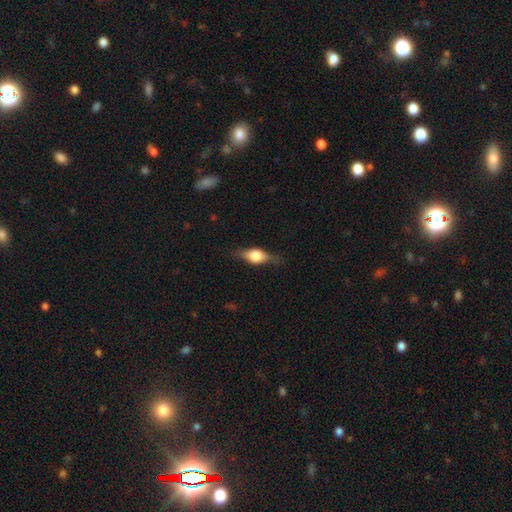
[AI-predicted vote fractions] A featured or disk galaxy (48%).

Vote fractions:
- Smooth or featured? featured or disk: 48% / smooth: 45% / star or artifact: 7%
- Merging? none: 77% / minor disturbance: 17% / major disturbance: 5% / merger: 1%